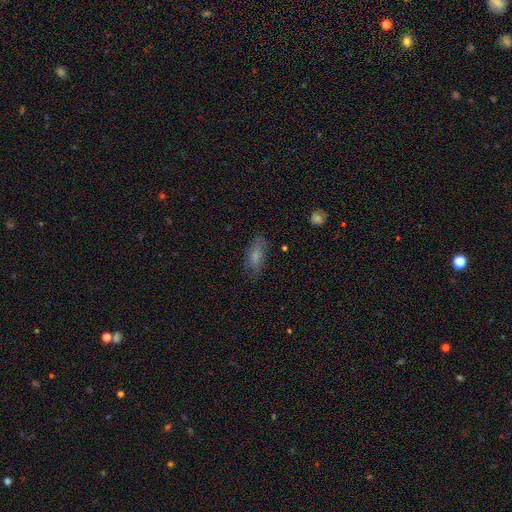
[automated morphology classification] Smooth or featured: smooth — 71% (featured or disk — 21%)
How rounded: in between — 79% (cigar-shaped — 17%)
Merging: none — 73% (minor disturbance — 20%)